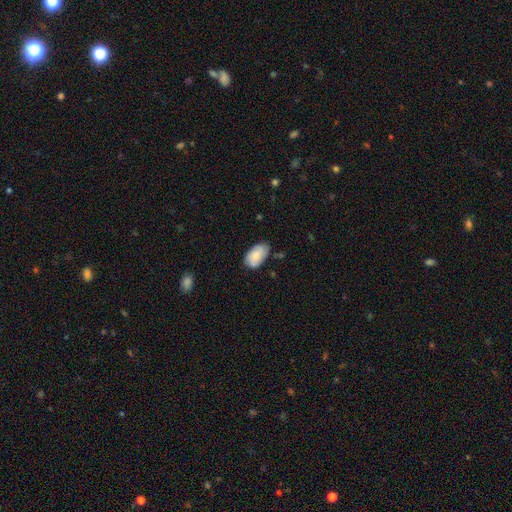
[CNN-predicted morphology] Q: Smooth or featured?
A: smooth (74%); runner-up: featured or disk (19%)
Q: How rounded?
A: in between (93%); runner-up: round (6%)
Q: Merging?
A: none (68%); runner-up: minor disturbance (25%)